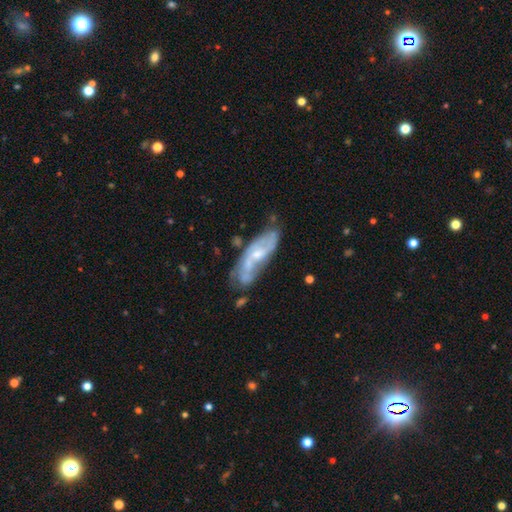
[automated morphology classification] The model was most divided on "bulge size": small: 57%, moderate: 35%, none: 4%, large: 2%, dominant: 1%. More confident: spiral arms — yes (82%); edge-on disk — no (78%); smooth or featured — featured or disk (70%); merging — none (67%); bar — no (58%).